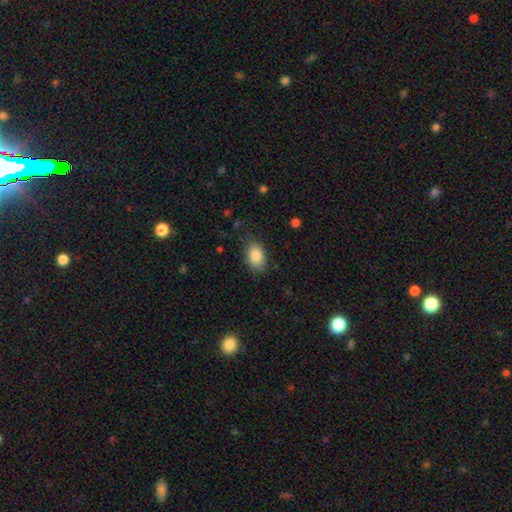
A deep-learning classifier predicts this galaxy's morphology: Smooth or featured? smooth (87%)
How rounded? in between (88%)
Merging? none (79%)